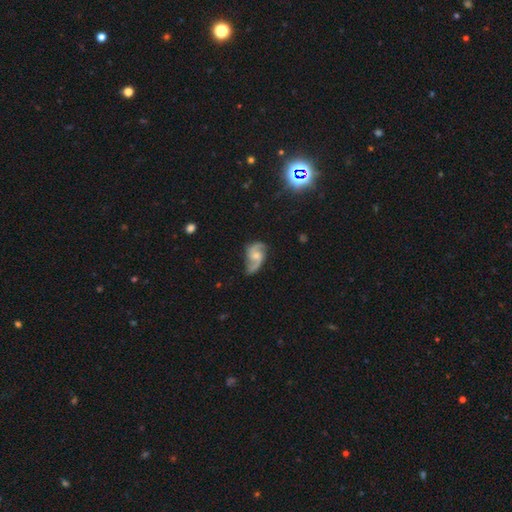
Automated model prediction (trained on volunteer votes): smooth-or-featured: featured or disk: 86% | smooth: 8% | star or artifact: 6%
  disk-edge-on: no: 98% | yes: 2%
    bar: no: 59% | weak: 34% | strong: 7%
    has-spiral-arms: yes: 97% | no: 3%
      spiral-winding: loose: 46% | medium: 43% | tight: 11%
      spiral-arm-count: 2: 91% | can't tell: 3% | 1: 3% | 3: 2% | 4: 1% | more than 4: 1%
    bulge-size: small: 47% | moderate: 45% | none: 5% | large: 2% | dominant: 1%
  merging: none: 66% | minor disturbance: 22% | major disturbance: 9% | merger: 2%